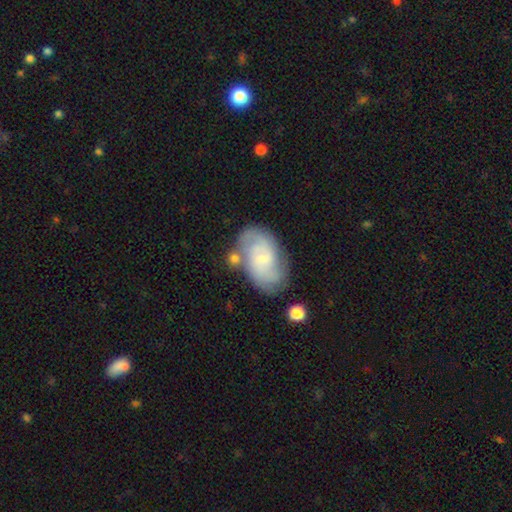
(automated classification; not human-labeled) Overall: featured or disk (68%). Edge-on disk: no (96%). Bar: no (57%; weak 37%). Spiral arms: yes (90%). Spiral arm count: 2 (57%; can't tell 25%). Spiral winding: medium (42%; tight 41%). Bulge size: small (71%). Merging: none (66%).